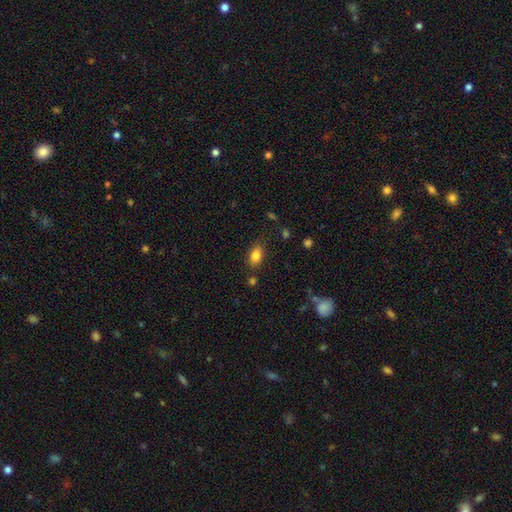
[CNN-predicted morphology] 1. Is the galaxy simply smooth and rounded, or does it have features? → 84% smooth, 9% star or artifact, 7% featured or disk.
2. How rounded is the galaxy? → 86% in between, 11% round, 3% cigar-shaped.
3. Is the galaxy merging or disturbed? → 79% none, 14% minor disturbance, 4% merger, 3% major disturbance.